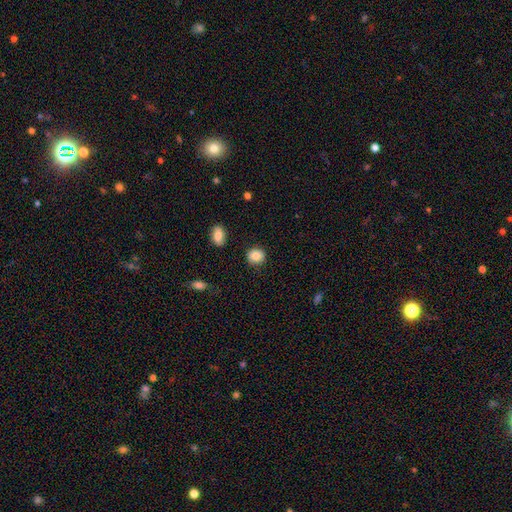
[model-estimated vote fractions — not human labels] Smooth or featured?
  - smooth: 84% *
  - star or artifact: 9%
  - featured or disk: 7%
How rounded?
  - round: 84% *
  - in between: 14%
  - cigar-shaped: 1%
Merging?
  - none: 88% *
  - minor disturbance: 8%
  - major disturbance: 2%
  - merger: 2%